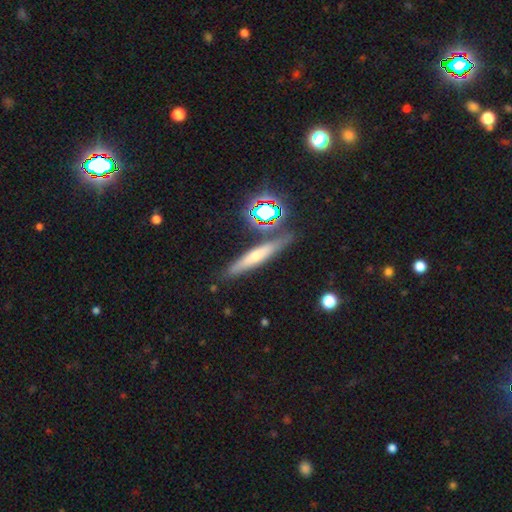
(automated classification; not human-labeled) This is marginally a smooth galaxy (44%). Merging: clearly none (80%).